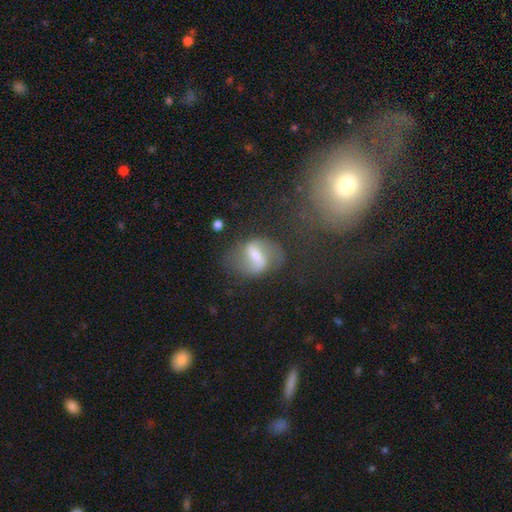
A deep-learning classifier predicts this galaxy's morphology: This appears to be a featured or disk galaxy (66%) with a strong bar (49%), spiral arms (77%) and a moderate central bulge (47%). Merging: none (64%).